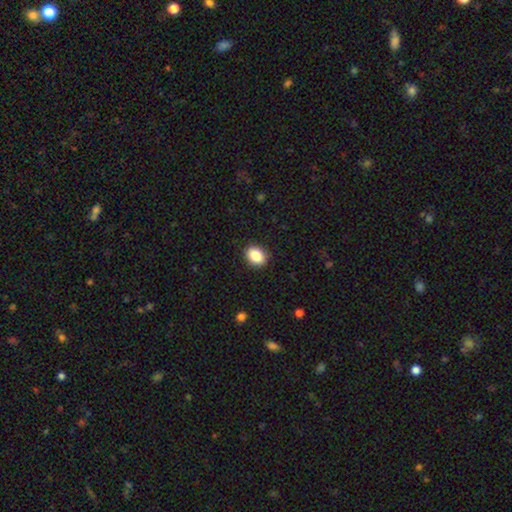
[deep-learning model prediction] Smooth or featured?
  - smooth: 87% *
  - star or artifact: 8%
  - featured or disk: 5%
How rounded?
  - in between: 66% *
  - round: 33%
  - cigar-shaped: 1%
Merging?
  - none: 90% *
  - minor disturbance: 7%
  - major disturbance: 2%
  - merger: 1%